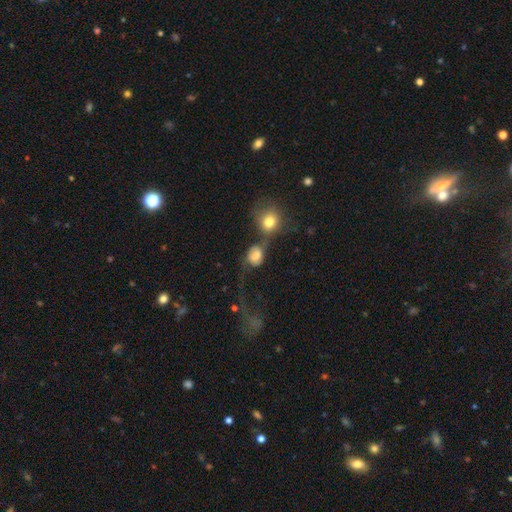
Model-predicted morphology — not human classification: Smooth or featured?
  - smooth: 66% *
  - featured or disk: 23%
  - star or artifact: 11%
How rounded?
  - round: 63% *
  - in between: 35%
  - cigar-shaped: 2%
Merging?
  - merger: 42% *
  - none: 26%
  - major disturbance: 19%
  - minor disturbance: 12%